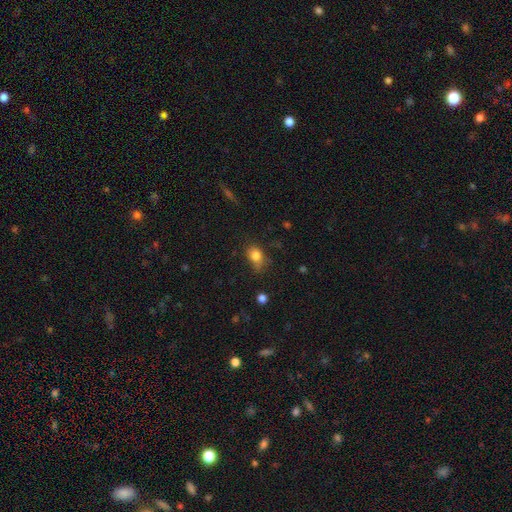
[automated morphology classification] Overall: smooth (80%). How rounded: in between (57%; round 42%). Merging: none (57%; minor disturbance 29%).